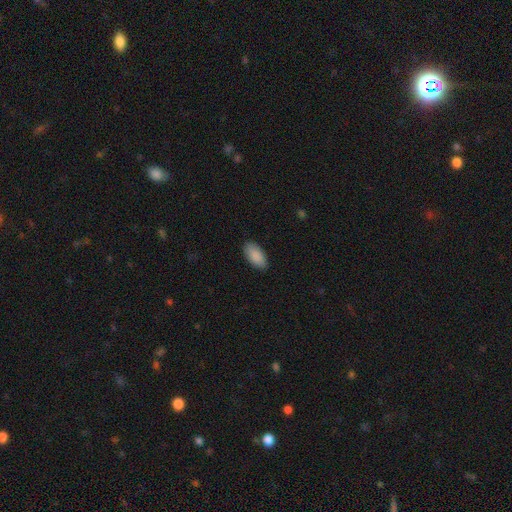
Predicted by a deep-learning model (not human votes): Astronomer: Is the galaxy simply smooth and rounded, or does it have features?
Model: smooth — 90%.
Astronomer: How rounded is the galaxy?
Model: in between — 94%.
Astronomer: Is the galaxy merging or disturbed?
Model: none — 87%.